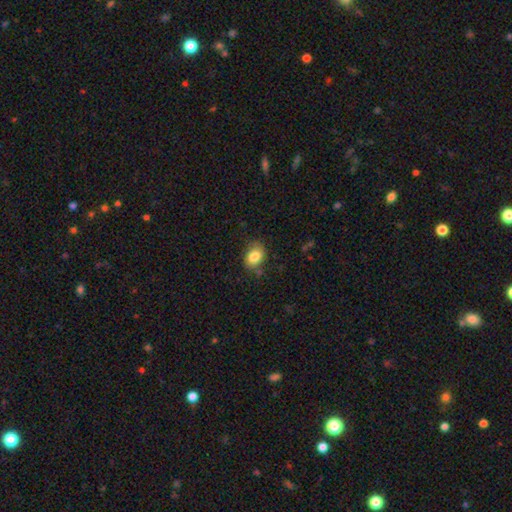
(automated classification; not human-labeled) Morphology: type=smooth (84%); roundness=in between (70%); merging=none (74%).